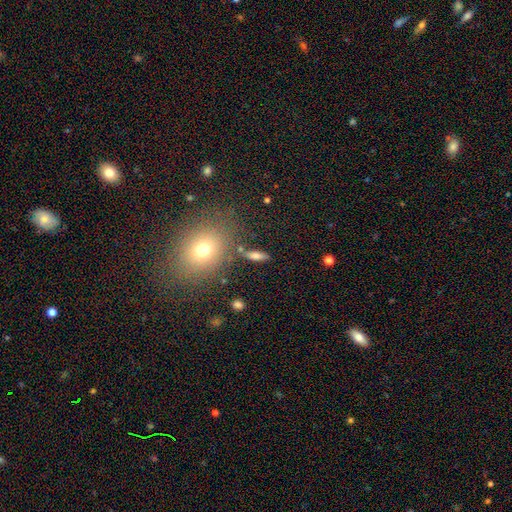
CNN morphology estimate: Smooth or featured? Predicted: smooth (p=0.69). How rounded? Predicted: in between (p=0.51). Merging? Predicted: none (p=0.78).